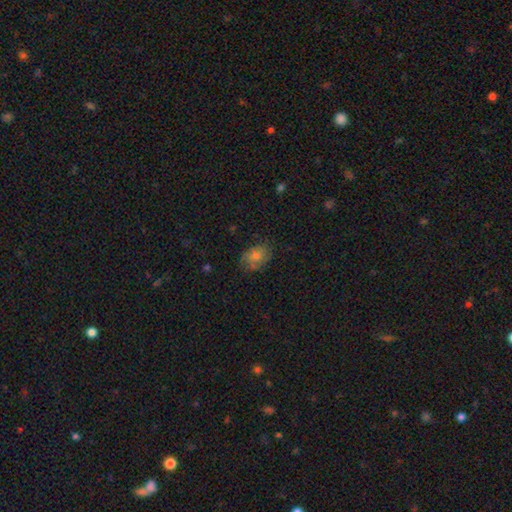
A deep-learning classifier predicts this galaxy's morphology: Smooth or featured? Predicted: smooth (p=0.59). How rounded? Predicted: in between (p=0.76). Merging? Predicted: none (p=0.71).